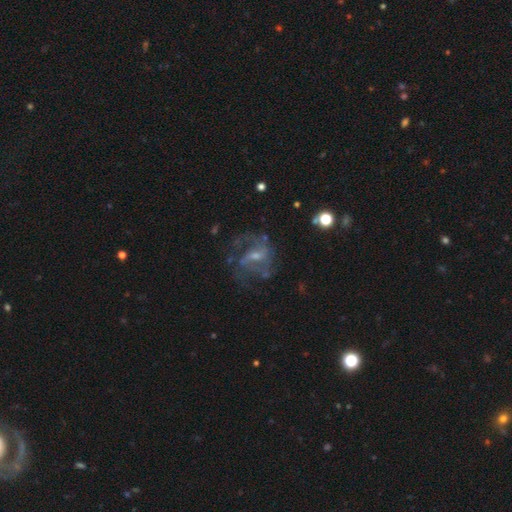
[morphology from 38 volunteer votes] smooth_or_featured: featured or disk (p=0.87) [alt: star or artifact p=0.08]
disk_edge_on: no (p=1.00)
bar: weak (p=0.76) [alt: strong p=0.15]
has_spiral_arms: yes (p=0.94) [alt: no p=0.06]
spiral_winding: medium (p=0.58) [alt: tight p=0.23]
spiral_arm_count: 3 (p=0.39) [alt: 2 p=0.35]
bulge_size: small (p=0.64) [alt: moderate p=0.27]
merging: none (p=0.54) [alt: minor disturbance p=0.23]